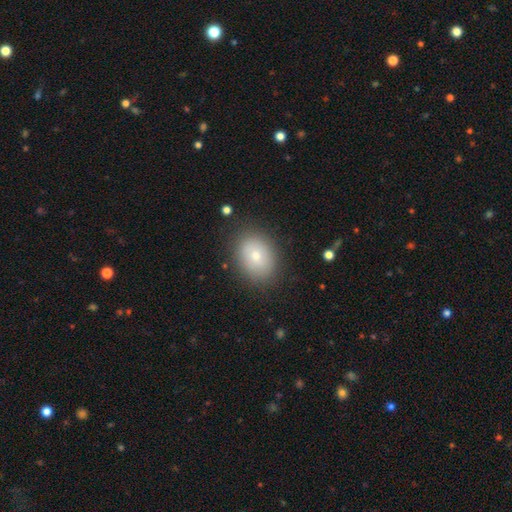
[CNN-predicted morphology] Overall: smooth (73%). How rounded: in between (58%; round 41%). Merging: none (85%).